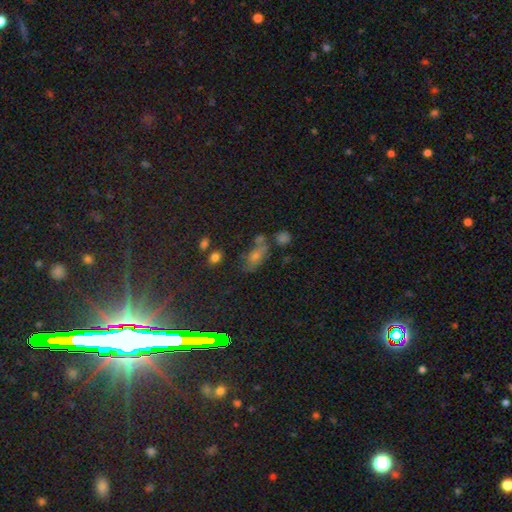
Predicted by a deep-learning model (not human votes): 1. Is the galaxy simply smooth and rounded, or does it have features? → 43% star or artifact, 38% smooth, 19% featured or disk.